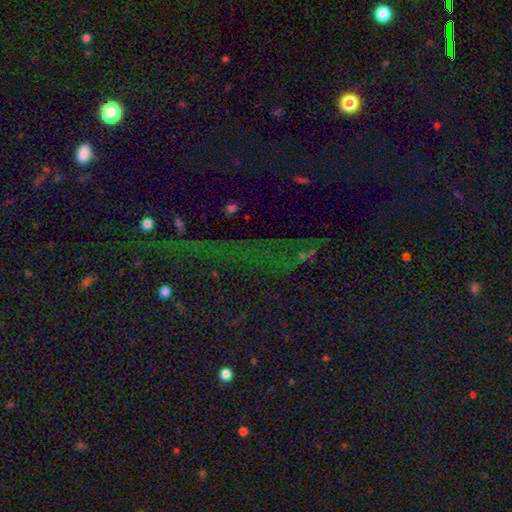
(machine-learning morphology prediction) Overall: star or artifact (76%).